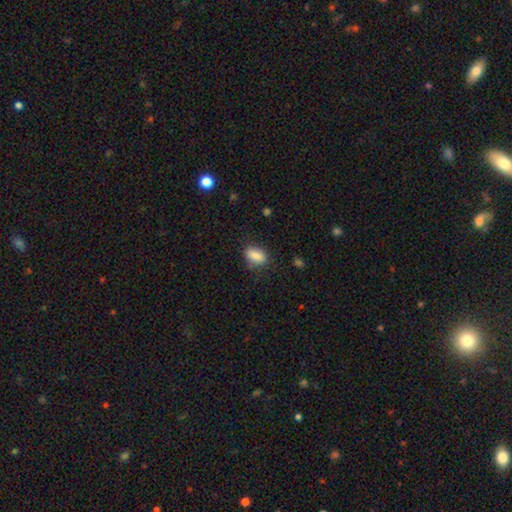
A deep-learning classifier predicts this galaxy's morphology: Smooth or featured?
  - smooth: 86% *
  - star or artifact: 8%
  - featured or disk: 6%
How rounded?
  - in between: 84% *
  - round: 12%
  - cigar-shaped: 4%
Merging?
  - none: 78% *
  - minor disturbance: 16%
  - major disturbance: 4%
  - merger: 2%